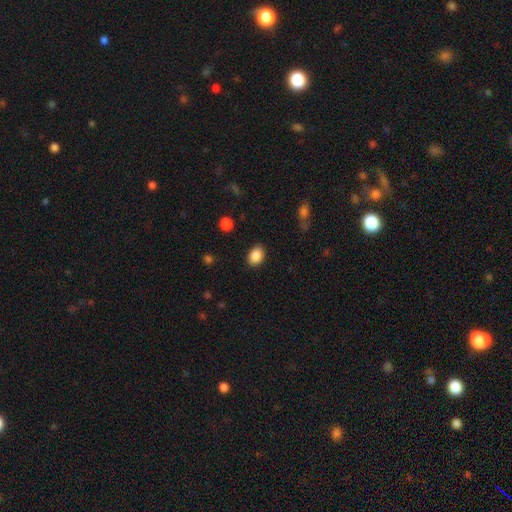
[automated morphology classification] This appears to be a smooth galaxy with no disk features (88%) that is in between round and cigar-shaped (77%). Merging: none (88%).